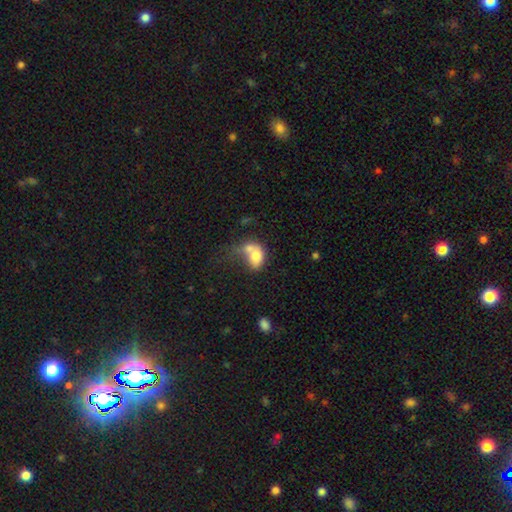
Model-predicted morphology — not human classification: Q: Smooth or featured?
A: smooth (71%); runner-up: featured or disk (21%)
Q: How rounded?
A: in between (74%); runner-up: round (24%)
Q: Merging?
A: merger (56%); runner-up: none (18%)